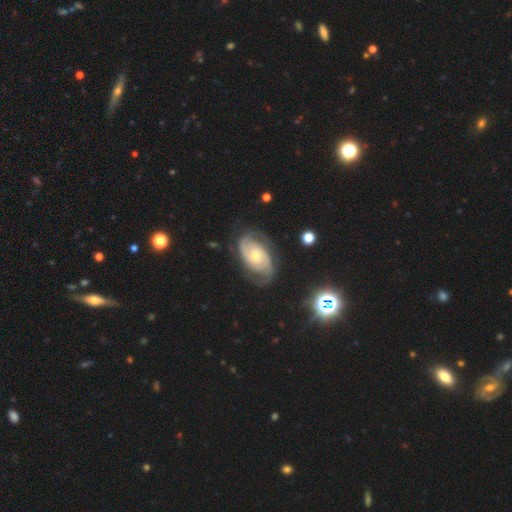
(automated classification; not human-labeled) A featured or disk galaxy (84%) with no bar (70%), 2 (72%) tight (56%) spiral arms (94%) and a small central bulge (47%).

Vote fractions:
- Smooth or featured? featured or disk: 84% / smooth: 11% / star or artifact: 5%
- Edge-on disk? no: 96% / yes: 4%
- Bar? no: 70% / weak: 24% / strong: 5%
- Spiral arms? yes: 94% / no: 6%
- Spiral winding? tight: 56% / medium: 33% / loose: 11%
- Spiral arm count? 2: 72% / can't tell: 15% / 3: 6% / 1: 3% / 4: 2% / more than 4: 2%
- Bulge size? small: 47% / moderate: 46% / large: 4% / none: 1% / dominant: 1%
- Merging? none: 71% / minor disturbance: 18% / major disturbance: 10% / merger: 2%